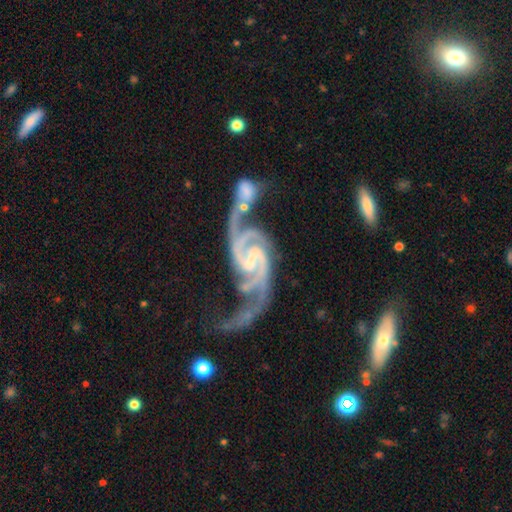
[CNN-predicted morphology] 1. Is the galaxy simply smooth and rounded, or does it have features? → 92% featured or disk, 5% star or artifact, 3% smooth.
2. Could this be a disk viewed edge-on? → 98% no, 2% yes.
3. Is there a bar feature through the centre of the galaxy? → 45% weak, 34% strong, 22% no.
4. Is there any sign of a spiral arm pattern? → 98% yes, 2% no.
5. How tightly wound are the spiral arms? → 49% medium, 32% loose, 19% tight.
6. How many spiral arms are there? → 77% 2, 9% 3, 4% can't tell, 3% 4, 3% 1, 3% more than 4.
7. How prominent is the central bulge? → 50% small, 26% none, 19% moderate, 3% large, 2% dominant.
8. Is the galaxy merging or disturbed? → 37% merger, 24% none, 23% major disturbance, 15% minor disturbance.